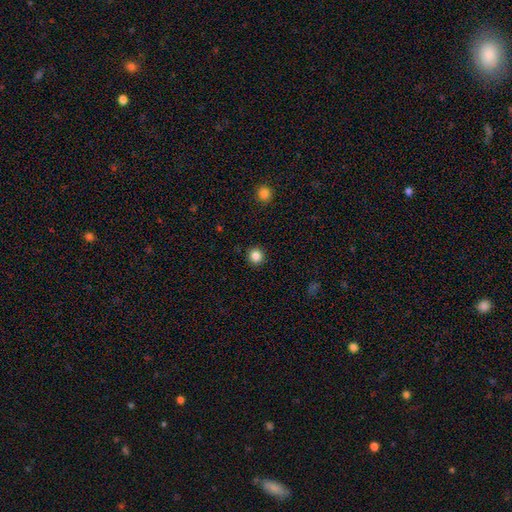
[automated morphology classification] type=smooth (85%); roundness=round (94%); merging=none (92%).